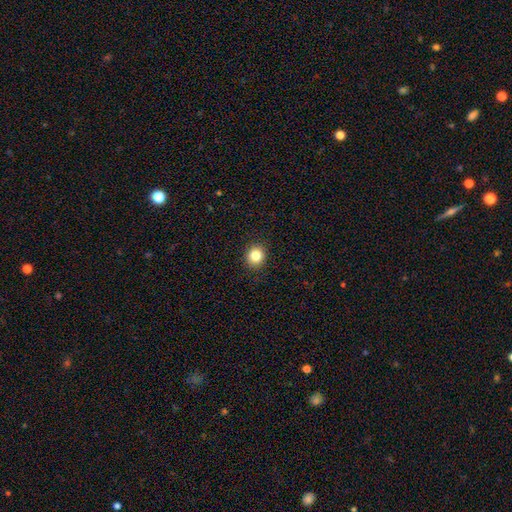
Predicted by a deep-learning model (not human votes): A smooth galaxy with no disk features (84%) that is round (82%).

Vote fractions:
- Smooth or featured? smooth: 84% / star or artifact: 11% / featured or disk: 5%
- How rounded? round: 82% / in between: 17% / cigar-shaped: 1%
- Merging? none: 92% / minor disturbance: 6% / major disturbance: 2% / merger: 1%